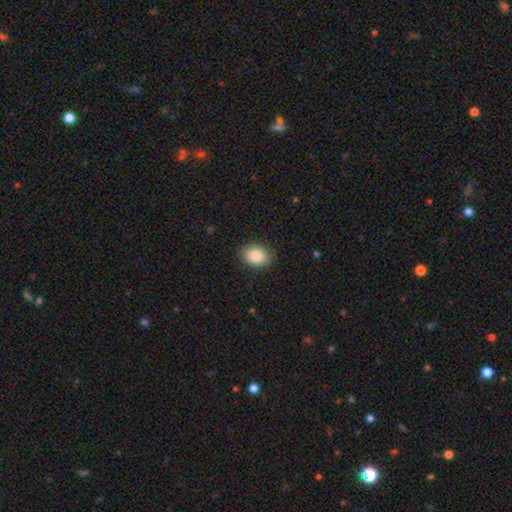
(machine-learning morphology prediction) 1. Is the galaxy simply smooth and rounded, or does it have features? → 85% smooth, 8% star or artifact, 7% featured or disk.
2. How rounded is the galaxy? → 70% in between, 29% round, 1% cigar-shaped.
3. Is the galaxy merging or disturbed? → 85% none, 11% minor disturbance, 3% major disturbance, 1% merger.